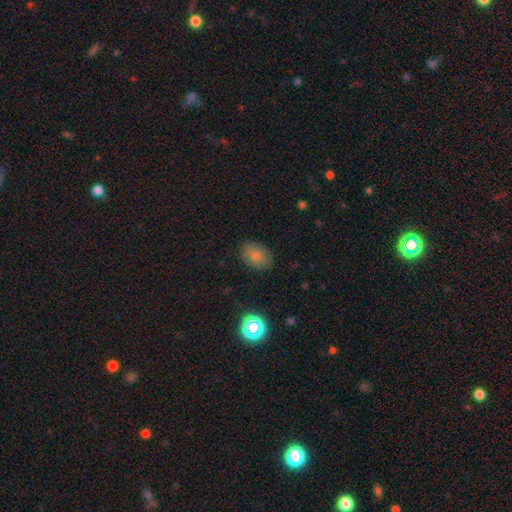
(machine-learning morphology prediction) smooth-or-featured: smooth: 81% | star or artifact: 11% | featured or disk: 8%
  how-rounded: in between: 77% | round: 22% | cigar-shaped: 1%
  merging: none: 84% | minor disturbance: 12% | major disturbance: 3% | merger: 1%